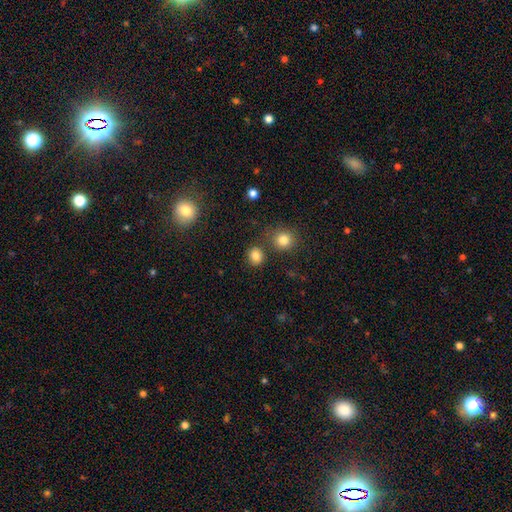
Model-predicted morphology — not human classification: Q: Smooth or featured?
A: smooth (82%); runner-up: star or artifact (12%)
Q: How rounded?
A: round (76%); runner-up: in between (23%)
Q: Merging?
A: none (80%); runner-up: minor disturbance (9%)